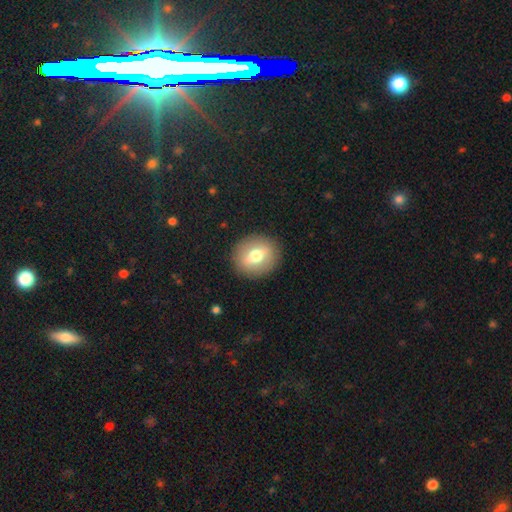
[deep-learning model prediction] Overall: smooth (64%; featured or disk 28%). How rounded: round (72%). Merging: none (89%).